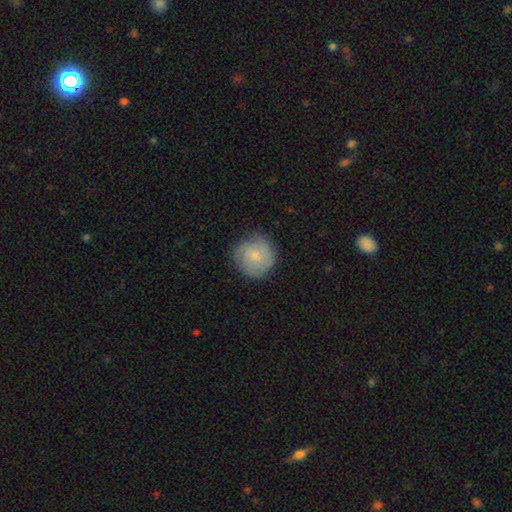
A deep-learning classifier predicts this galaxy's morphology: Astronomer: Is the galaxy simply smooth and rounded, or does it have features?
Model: smooth — 56% (runner-up: featured or disk, 37%).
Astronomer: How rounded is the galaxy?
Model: round — 93%.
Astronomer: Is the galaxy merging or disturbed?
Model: none — 78%.